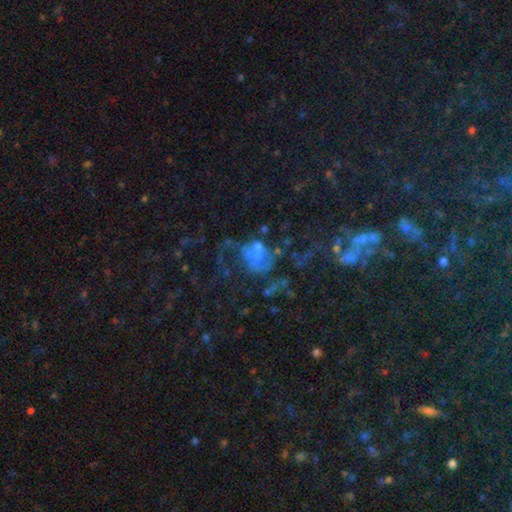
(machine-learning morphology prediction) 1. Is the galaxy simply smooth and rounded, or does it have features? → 57% featured or disk, 24% smooth, 19% star or artifact.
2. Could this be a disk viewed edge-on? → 98% no, 2% yes.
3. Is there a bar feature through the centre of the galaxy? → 85% no, 12% weak, 3% strong.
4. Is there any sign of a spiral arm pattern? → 66% no, 34% yes.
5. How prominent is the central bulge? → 33% moderate, 31% none, 28% small, 6% large, 3% dominant.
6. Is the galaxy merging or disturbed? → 37% major disturbance, 29% none, 20% merger, 14% minor disturbance.